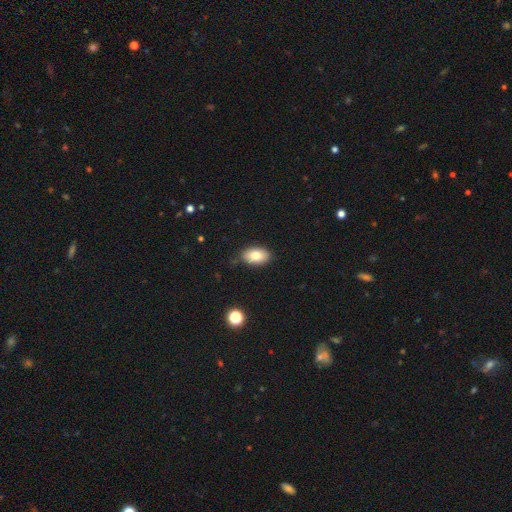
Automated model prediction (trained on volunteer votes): smooth-or-featured: smooth: 79% | featured or disk: 13% | star or artifact: 8%
  how-rounded: in between: 91% | round: 8% | cigar-shaped: 2%
  merging: none: 84% | minor disturbance: 12% | major disturbance: 2% | merger: 2%